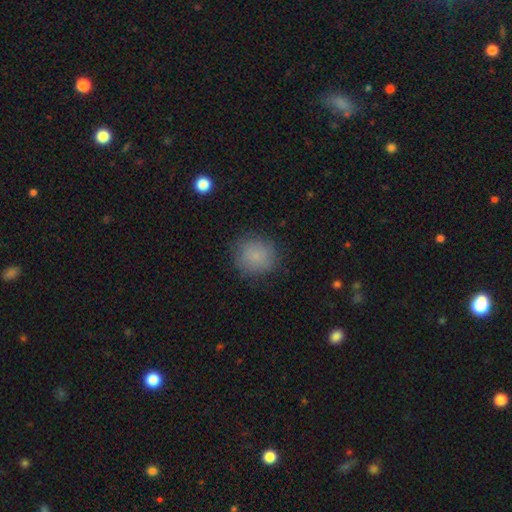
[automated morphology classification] Smooth or featured? smooth (83%)
How rounded? round (87%)
Merging? none (83%)